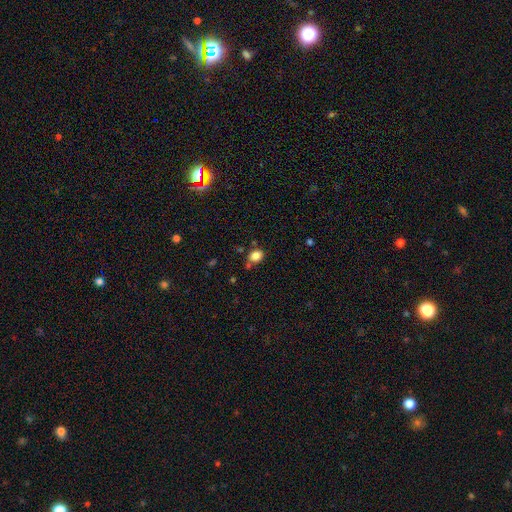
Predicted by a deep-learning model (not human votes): Smooth or featured?
  - smooth: 84% *
  - star or artifact: 11%
  - featured or disk: 5%
How rounded?
  - round: 50% *
  - in between: 49%
  - cigar-shaped: 1%
Merging?
  - none: 67% *
  - minor disturbance: 18%
  - merger: 11%
  - major disturbance: 5%